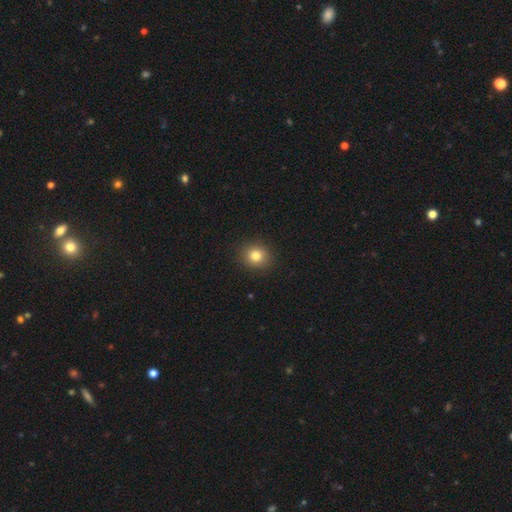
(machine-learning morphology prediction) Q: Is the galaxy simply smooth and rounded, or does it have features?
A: smooth — 81%.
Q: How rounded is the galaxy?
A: round — 82%.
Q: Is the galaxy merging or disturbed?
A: none — 91%.